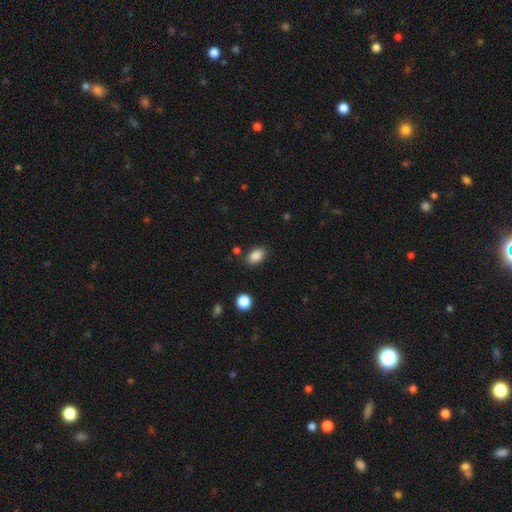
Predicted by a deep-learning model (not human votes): A smooth galaxy with no disk features (87%) that is in between round and cigar-shaped (88%).

Vote fractions:
- Smooth or featured? smooth: 87% / star or artifact: 9% / featured or disk: 4%
- How rounded? in between: 88% / round: 11% / cigar-shaped: 2%
- Merging? none: 84% / minor disturbance: 11% / major disturbance: 3% / merger: 3%